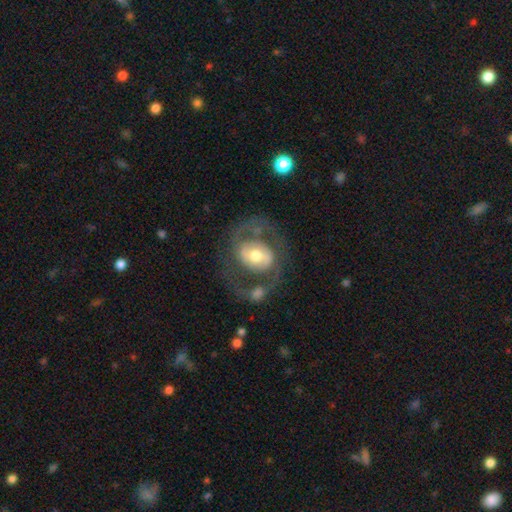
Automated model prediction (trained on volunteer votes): smooth-or-featured: featured or disk: 72% | smooth: 22% | star or artifact: 5%
  disk-edge-on: no: 97% | yes: 3%
    bar: no: 48% | weak: 36% | strong: 16%
    has-spiral-arms: yes: 70% | no: 30%
    bulge-size: moderate: 69% | large: 15% | small: 13% | dominant: 1% | none: 1%
  merging: none: 53% | major disturbance: 22% | minor disturbance: 16% | merger: 8%